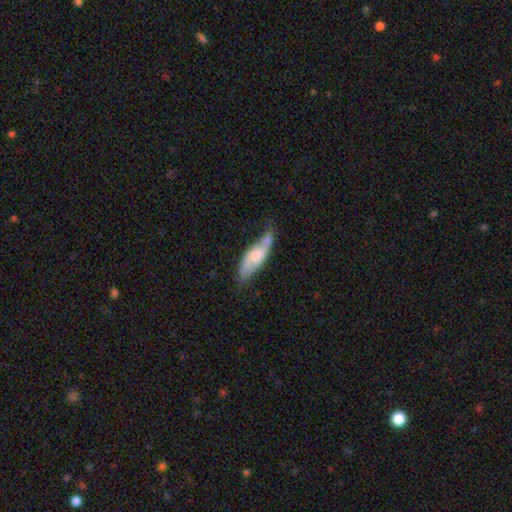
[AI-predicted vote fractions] A featured or disk galaxy (50%). Merging: none (45%).